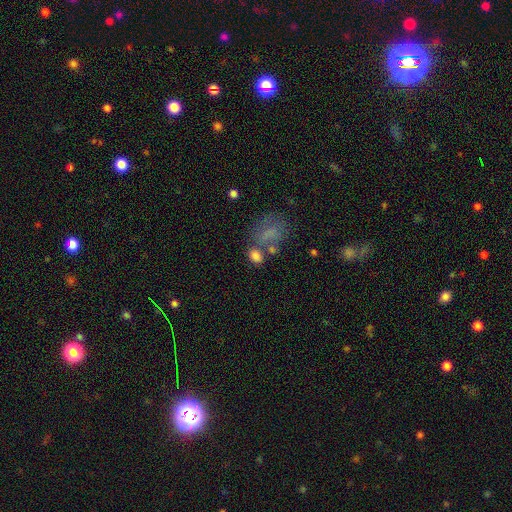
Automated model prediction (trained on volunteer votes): smooth-or-featured: smooth: 78% | star or artifact: 13% | featured or disk: 9%
  how-rounded: in between: 65% | round: 33% | cigar-shaped: 2%
  merging: none: 49% | merger: 26% | minor disturbance: 15% | major disturbance: 10%